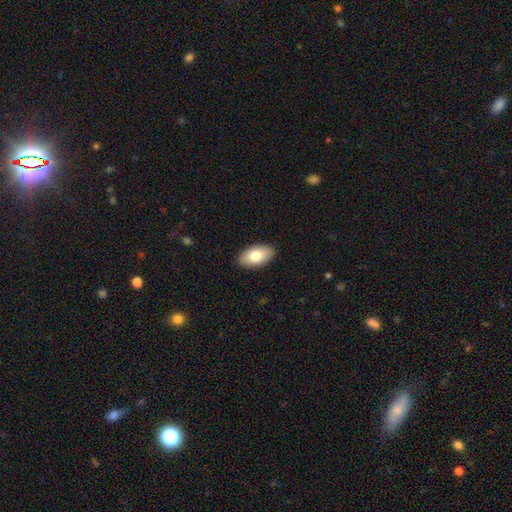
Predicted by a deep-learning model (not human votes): Smooth or featured?
  - smooth: 80% *
  - featured or disk: 14%
  - star or artifact: 6%
How rounded?
  - in between: 95% *
  - round: 3%
  - cigar-shaped: 2%
Merging?
  - none: 90% *
  - minor disturbance: 8%
  - major disturbance: 2%
  - merger: 1%